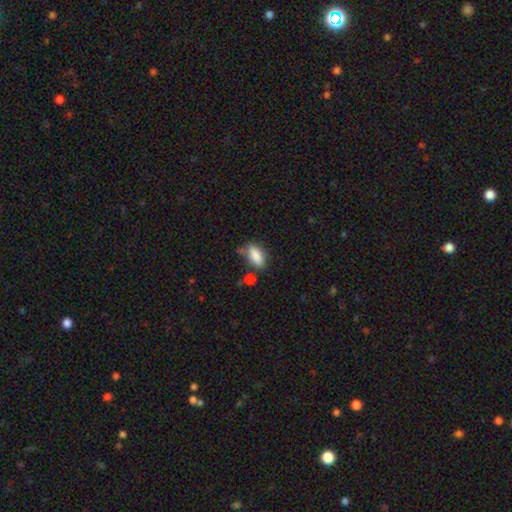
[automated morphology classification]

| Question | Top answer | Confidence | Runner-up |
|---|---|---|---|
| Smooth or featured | smooth | 84% | featured or disk (8%) |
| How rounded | in between | 83% | cigar-shaped (13%) |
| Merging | none | 60% | minor disturbance (23%) |